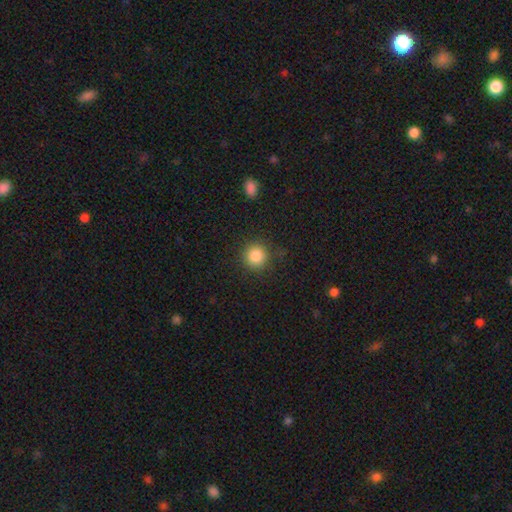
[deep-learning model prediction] The model was most divided on "smooth or featured": smooth: 85%, star or artifact: 10%, featured or disk: 5%. More confident: how rounded — round (93%); merging — none (87%).